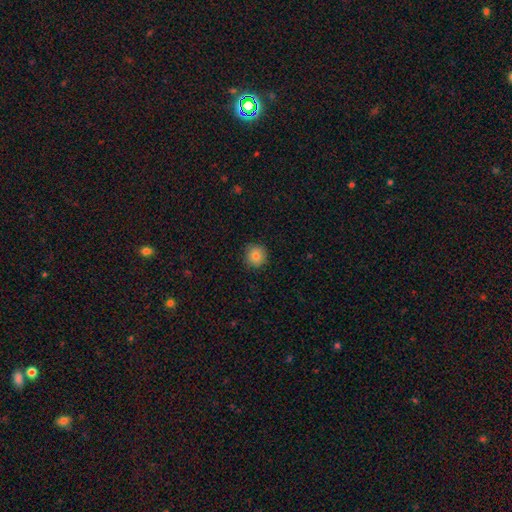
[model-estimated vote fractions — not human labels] Q: Smooth or featured?
A: smooth (84%); runner-up: star or artifact (10%)
Q: How rounded?
A: round (92%); runner-up: in between (7%)
Q: Merging?
A: none (89%); runner-up: minor disturbance (8%)